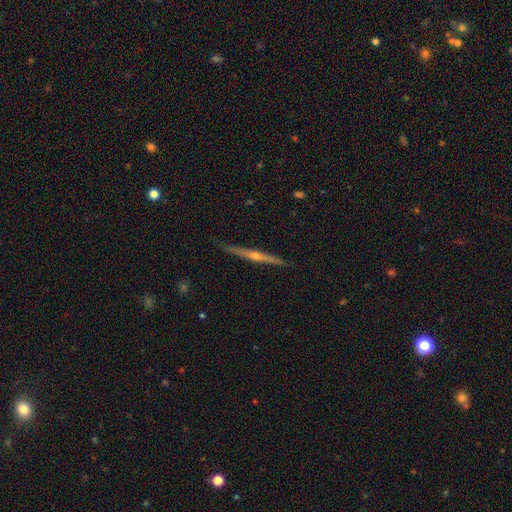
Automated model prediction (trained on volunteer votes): Smooth or featured? Predicted: featured or disk (p=0.82). Edge-on disk? Predicted: yes (p=0.98). Edge-on bulge? Predicted: rounded (p=0.88). Merging? Predicted: none (p=0.90).